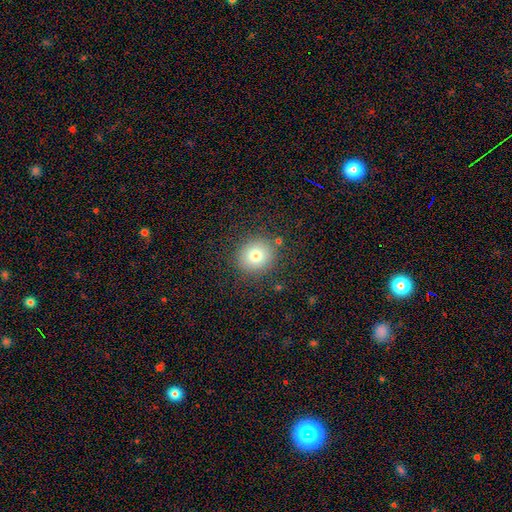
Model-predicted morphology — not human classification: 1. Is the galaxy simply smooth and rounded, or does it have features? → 78% smooth, 12% star or artifact, 10% featured or disk.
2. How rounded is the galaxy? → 87% round, 12% in between, 1% cigar-shaped.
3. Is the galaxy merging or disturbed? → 86% none, 8% minor disturbance, 3% major disturbance, 2% merger.